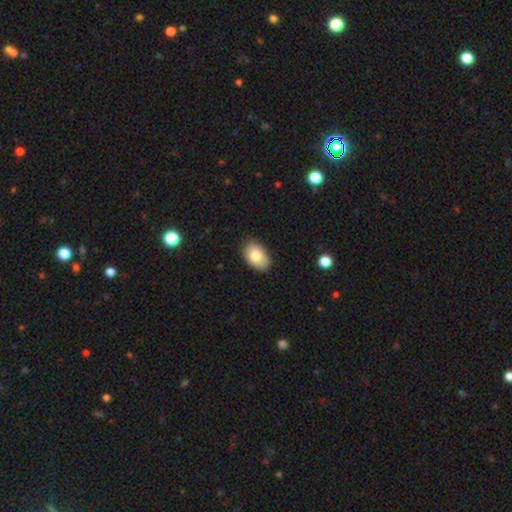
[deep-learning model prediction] Smooth or featured? smooth (81%)
How rounded? in between (90%)
Merging? none (85%)